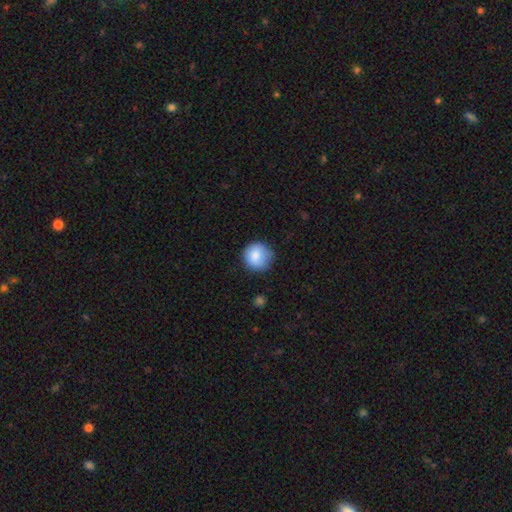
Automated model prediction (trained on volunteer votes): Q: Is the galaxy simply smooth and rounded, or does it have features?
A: smooth — 85%.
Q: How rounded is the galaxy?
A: round — 93%.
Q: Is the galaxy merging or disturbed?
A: none — 77%.